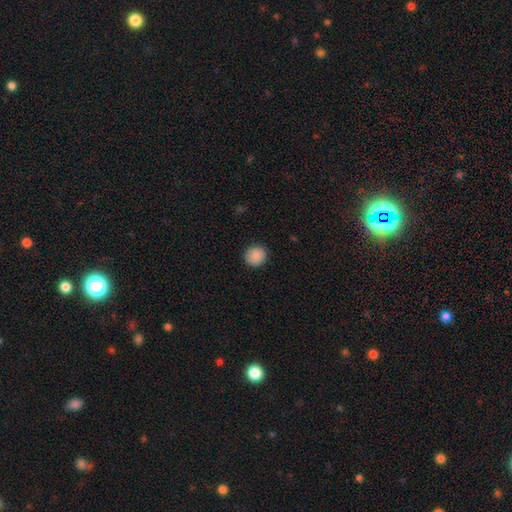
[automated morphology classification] Smooth or featured?
  - smooth: 87% *
  - star or artifact: 8%
  - featured or disk: 5%
How rounded?
  - round: 91% *
  - in between: 8%
  - cigar-shaped: 1%
Merging?
  - none: 90% *
  - minor disturbance: 7%
  - major disturbance: 2%
  - merger: 1%